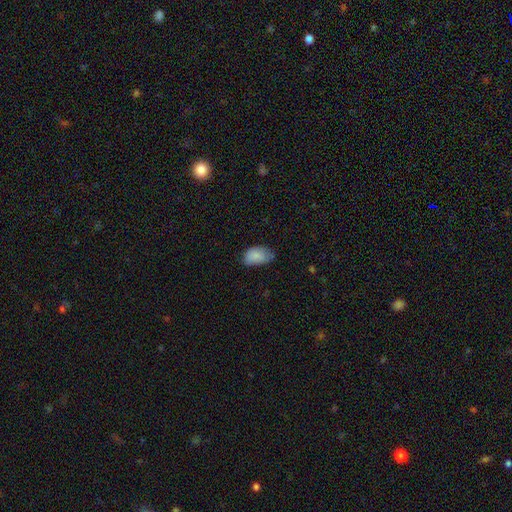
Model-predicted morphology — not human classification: smooth_or_featured: smooth (p=0.86) [alt: star or artifact p=0.07]
how_rounded: in between (p=0.92) [alt: round p=0.07]
merging: none (p=0.52) [alt: minor disturbance p=0.39]